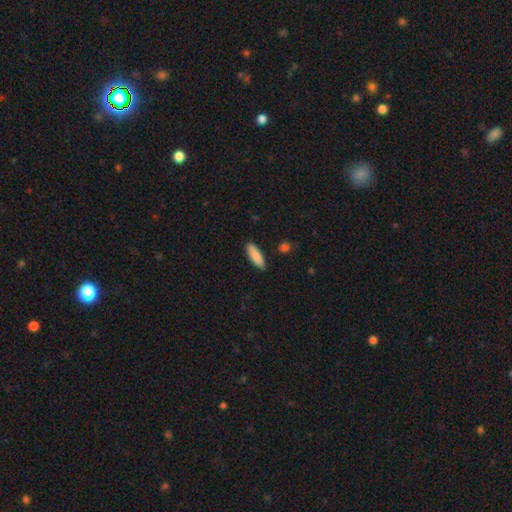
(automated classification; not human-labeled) smooth-or-featured: smooth: 88% | featured or disk: 6% | star or artifact: 6%
  how-rounded: in between: 50% | cigar-shaped: 49% | round: 2%
  merging: none: 88% | minor disturbance: 8% | major disturbance: 2% | merger: 2%